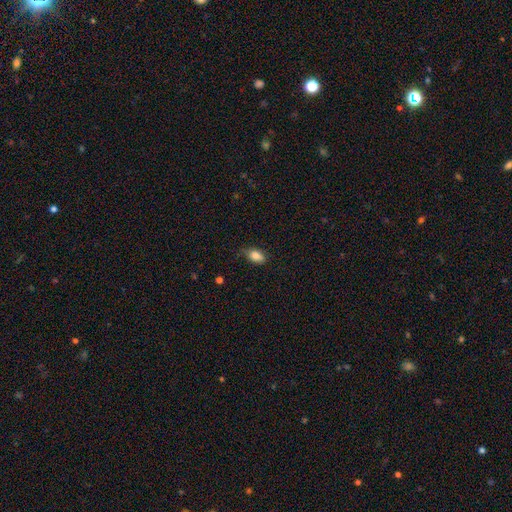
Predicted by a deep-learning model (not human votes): Overall: smooth (83%). How rounded: in between (86%). Merging: none (62%; minor disturbance 31%).